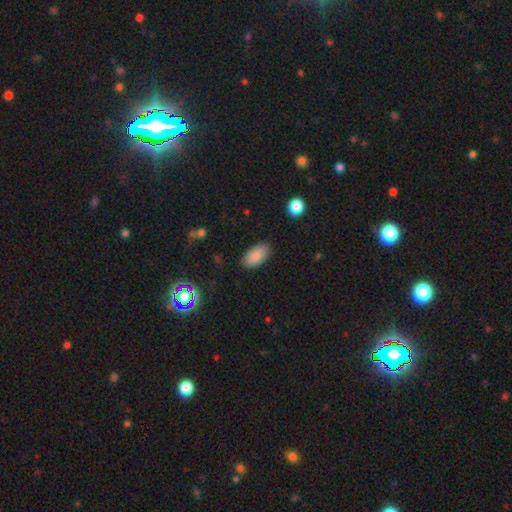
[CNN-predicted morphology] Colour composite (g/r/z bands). It shows a smooth galaxy with no disk features (87%) that is in between round and cigar-shaped (94%). Merging: none (86%).